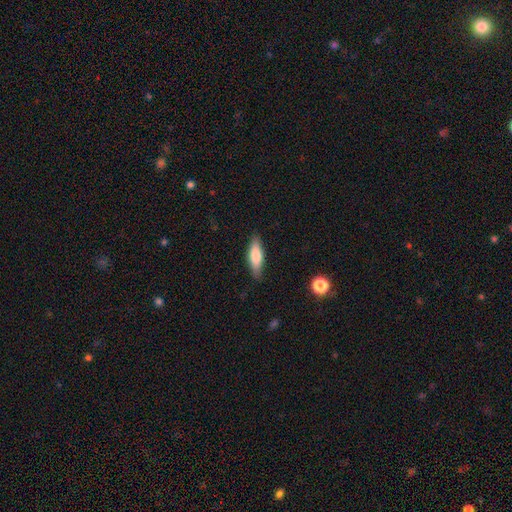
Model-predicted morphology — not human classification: smooth_or_featured: smooth (p=0.73) [alt: featured or disk p=0.21]
how_rounded: in between (p=0.49) [tied with: cigar-shaped p=0.49]
merging: none (p=0.84) [alt: minor disturbance p=0.12]